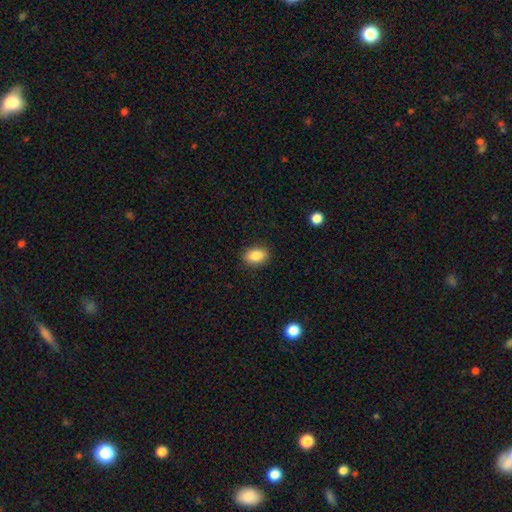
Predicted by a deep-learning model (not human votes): Smooth or featured? Predicted: smooth (p=0.86). How rounded? Predicted: in between (p=0.77). Merging? Predicted: none (p=0.87).